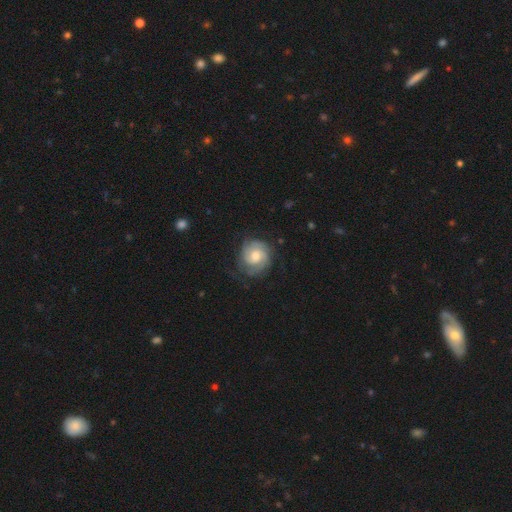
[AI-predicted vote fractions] Smooth or featured? Predicted: featured or disk (p=0.74). Edge-on disk? Predicted: no (p=0.98). Bar? Predicted: no (p=0.64). Spiral arms? Predicted: yes (p=0.95). Spiral winding? Predicted: tight (p=0.60). Spiral arm count? Predicted: 2 (p=0.46). Bulge size? Predicted: moderate (p=0.61). Merging? Predicted: none (p=0.73).